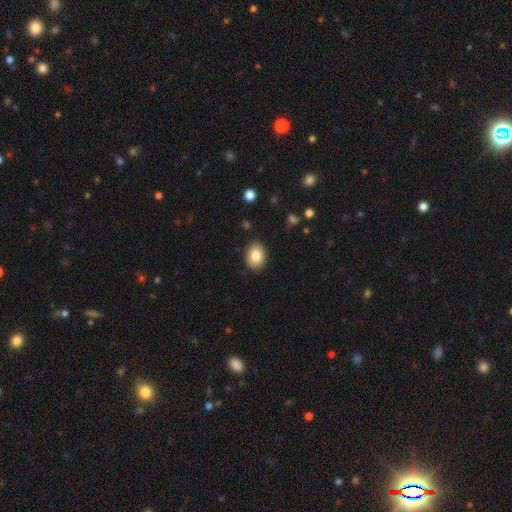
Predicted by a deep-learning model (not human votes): smooth 84%, star or artifact 8%, featured or disk 8%. Down the decision tree: how rounded — in between (71%); merging — none (87%).